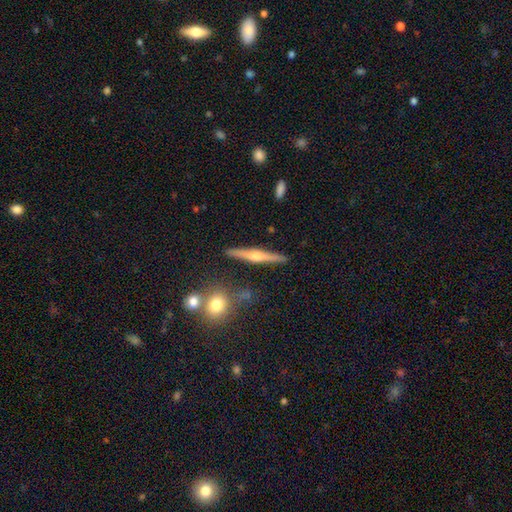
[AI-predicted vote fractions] Q: Smooth or featured?
A: featured or disk (69%); runner-up: smooth (24%)
Q: Edge-on disk?
A: yes (97%); runner-up: no (3%)
Q: Edge-on bulge?
A: rounded (89%); runner-up: none (6%)
Q: Merging?
A: none (88%); runner-up: minor disturbance (7%)